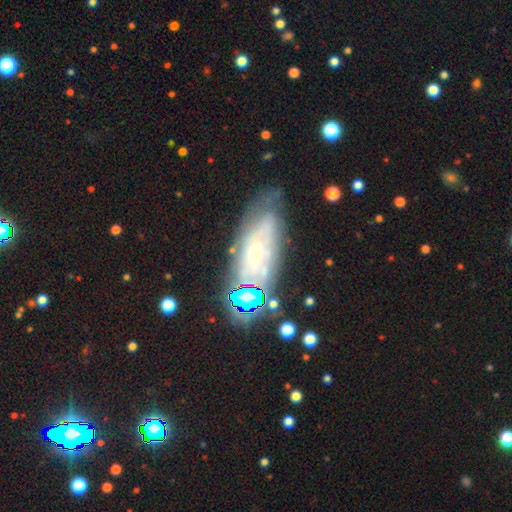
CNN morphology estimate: Smooth or featured?
  - featured or disk: 63% *
  - smooth: 21%
  - star or artifact: 16%
Edge-on disk?
  - no: 82% *
  - yes: 18%
Bar?
  - no: 73% *
  - weak: 21%
  - strong: 6%
Spiral arms?
  - yes: 80% *
  - no: 20%
Bulge size?
  - small: 76% *
  - moderate: 19%
  - none: 3%
  - large: 2%
  - dominant: 1%
Merging?
  - none: 65% *
  - minor disturbance: 22%
  - major disturbance: 9%
  - merger: 4%